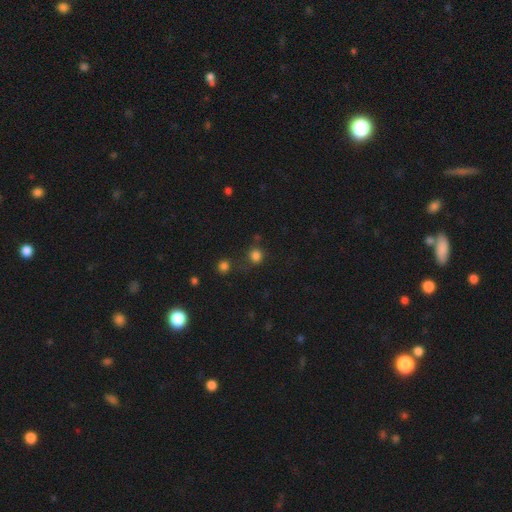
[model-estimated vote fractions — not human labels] A smooth galaxy with no disk features (79%) that is round (84%).

Vote fractions:
- Smooth or featured? smooth: 79% / star or artifact: 16% / featured or disk: 5%
- How rounded? round: 84% / in between: 15% / cigar-shaped: 1%
- Merging? none: 72% / minor disturbance: 14% / merger: 9% / major disturbance: 6%